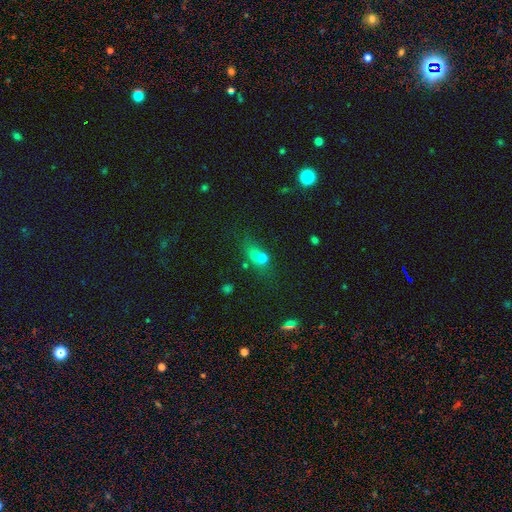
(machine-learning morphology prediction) Smooth or featured: smooth — 59% (featured or disk — 22%)
How rounded: round — 57% (in between — 38%)
Merging: merger — 54% (none — 32%)